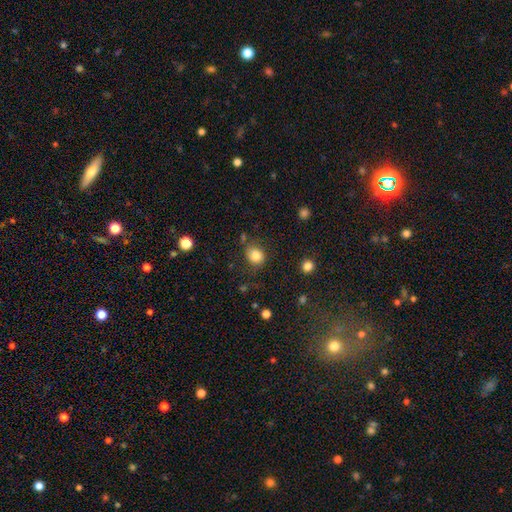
smooth-or-featured: smooth: 82% | featured or disk: 11% | star or artifact: 8%
  how-rounded: round: 68% | in between: 32% | cigar-shaped: 0%
  merging: none: 77% | minor disturbance: 23% | major disturbance: 0% | merger: 0%